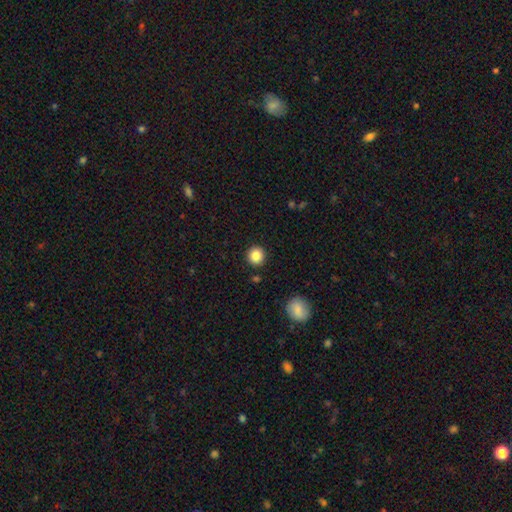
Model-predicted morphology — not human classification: Smooth or featured?
  - smooth: 85% *
  - star or artifact: 10%
  - featured or disk: 5%
How rounded?
  - round: 93% *
  - in between: 6%
  - cigar-shaped: 1%
Merging?
  - none: 91% *
  - minor disturbance: 5%
  - major disturbance: 2%
  - merger: 2%